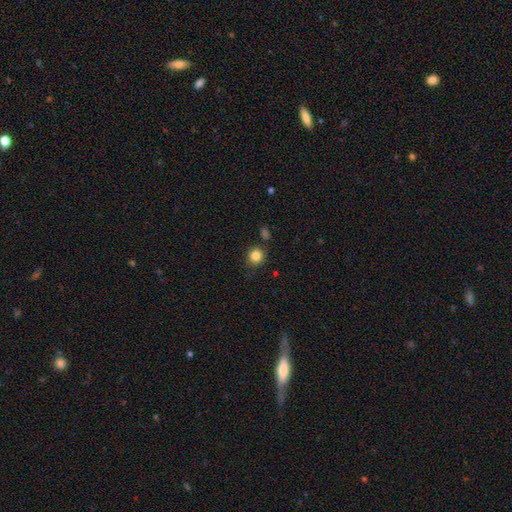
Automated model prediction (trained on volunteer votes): smooth 84%, star or artifact 11%, featured or disk 5%. Down the decision tree: how rounded — round (88%); merging — none (81%).